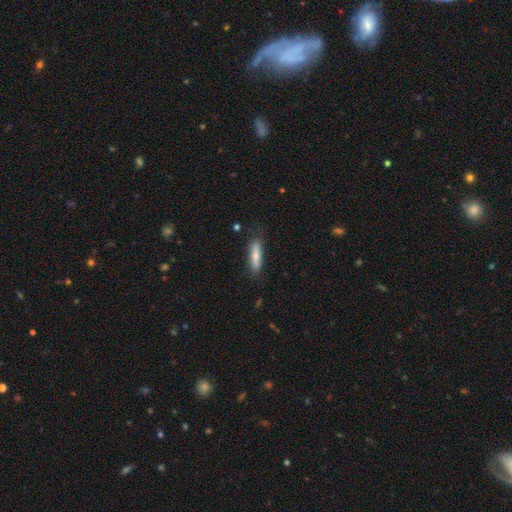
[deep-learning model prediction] Smooth or featured? smooth (73%)
How rounded? cigar-shaped (69%)
Merging? none (82%)